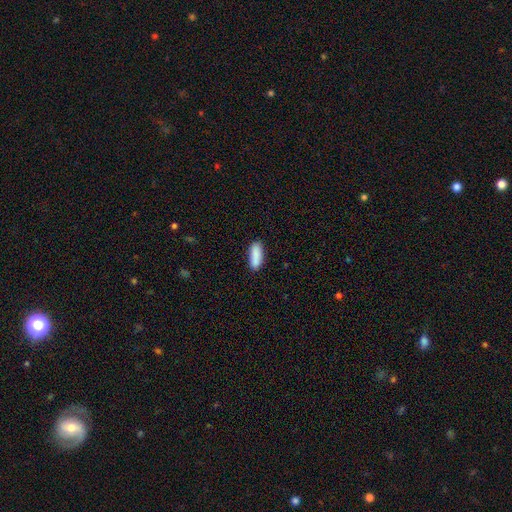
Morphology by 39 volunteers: type=smooth (85%); roundness=cigar-shaped (64%); merging=none (80%).